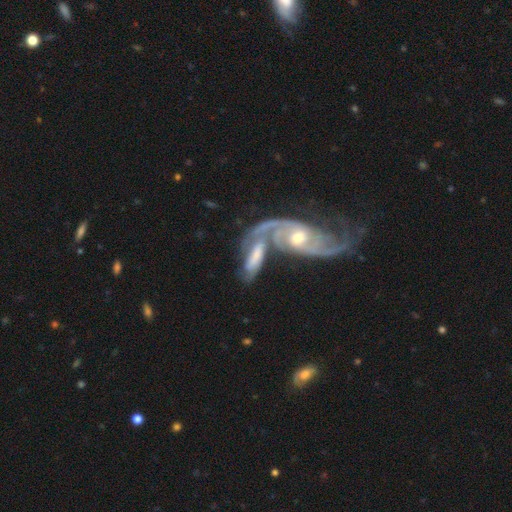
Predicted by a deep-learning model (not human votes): A featured or disk galaxy (63%) with no bar (51%), spiral arms (88%) and a moderate central bulge (46%). Merging: merger (62%).